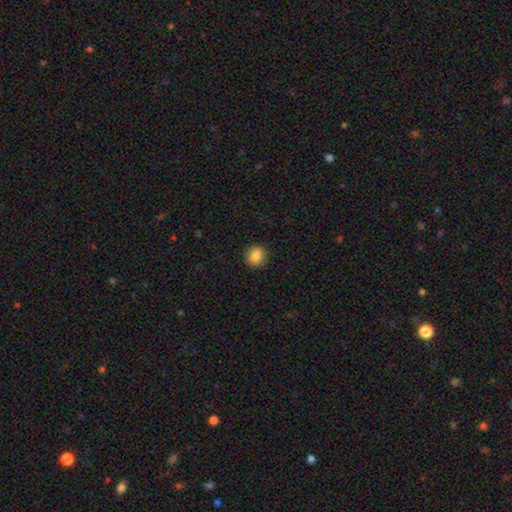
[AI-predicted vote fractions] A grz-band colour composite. It shows a smooth galaxy with no disk features (85%) that is round (87%). Merging: none (92%).